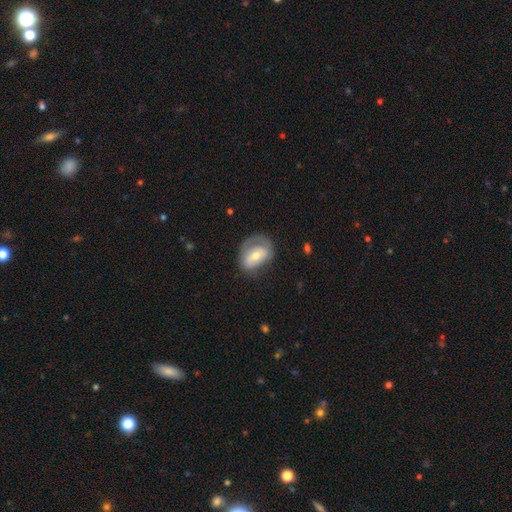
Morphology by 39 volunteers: Overall: featured or disk (72%). Edge-on disk: no (100%). Bar: weak (39%; strong 36%). Spiral arms: yes (71%). Spiral arm count: 2 (50%; 1 40%). Spiral winding: tight (50%; medium 40%). Bulge size: moderate (75%). Merging: none (49%; major disturbance 31%).